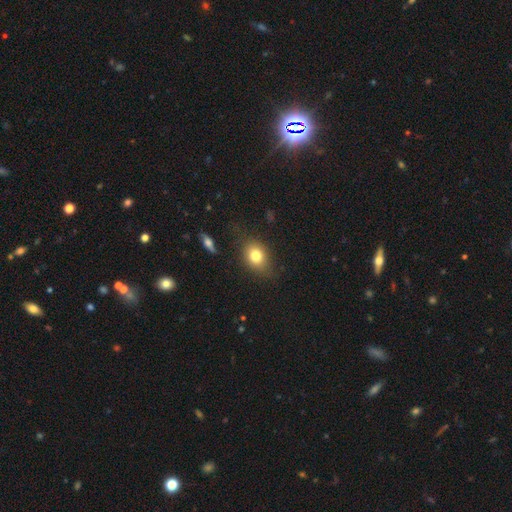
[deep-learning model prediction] Smooth or featured? Predicted: smooth (p=0.78). How rounded? Predicted: in between (p=0.56). Merging? Predicted: none (p=0.76).